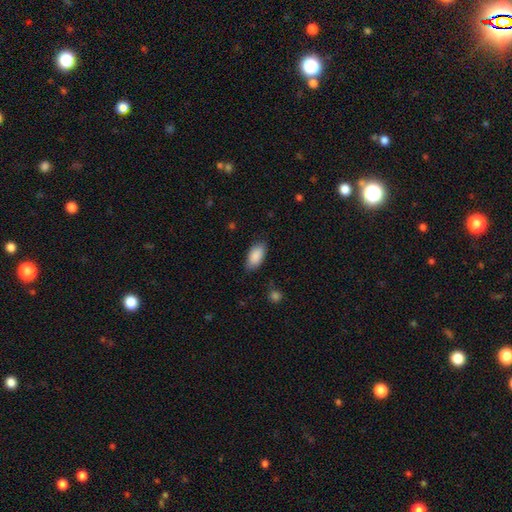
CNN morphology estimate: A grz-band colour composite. It shows a smooth galaxy with no disk features (89%) that is in between round and cigar-shaped (93%). Merging: none (83%).